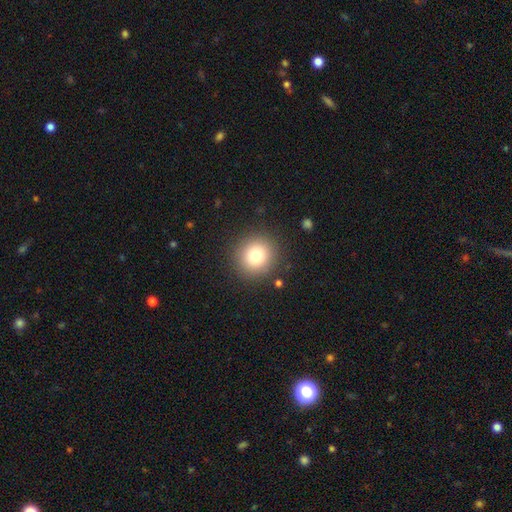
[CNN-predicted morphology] This appears to be a smooth galaxy with no disk features (78%) that is round (92%). Merging: none (89%).